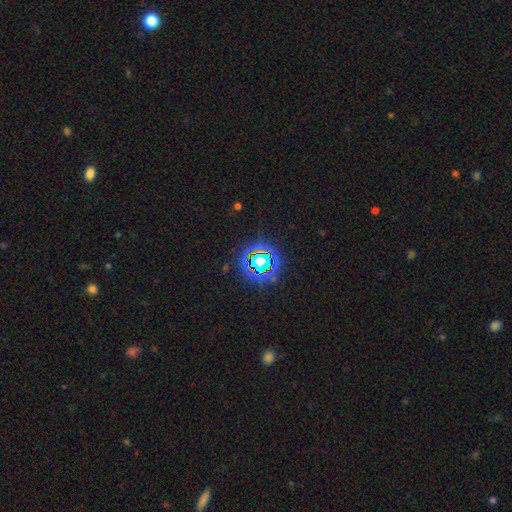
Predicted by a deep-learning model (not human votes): Smooth or featured?
  - star or artifact: 76% *
  - smooth: 13%
  - featured or disk: 10%